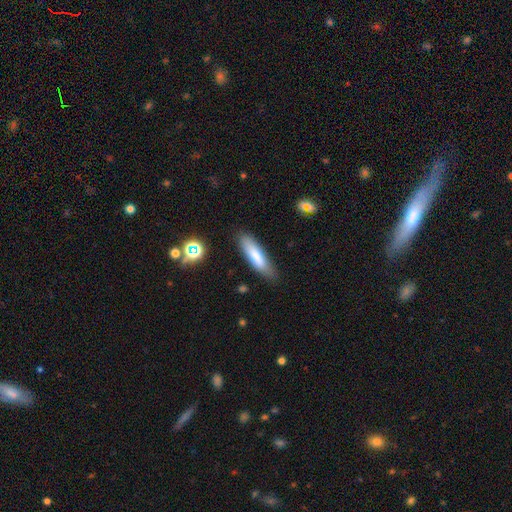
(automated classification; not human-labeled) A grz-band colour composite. It shows a smooth galaxy with no disk features (74%) that is cigar-shaped (69%). Merging: none (82%).